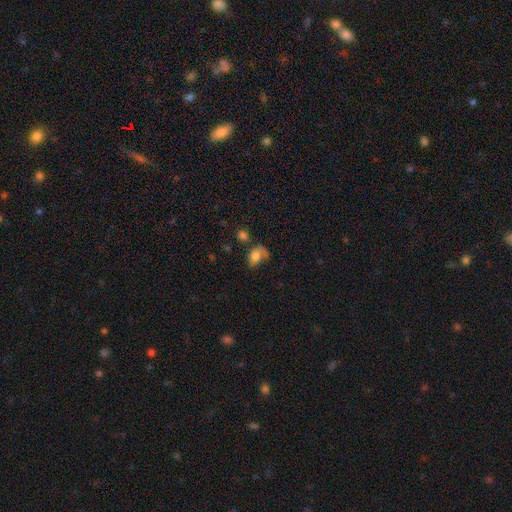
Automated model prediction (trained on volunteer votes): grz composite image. It shows a smooth galaxy with no disk features (64%) that is in between round and cigar-shaped (74%). Merging: major disturbance (33%).